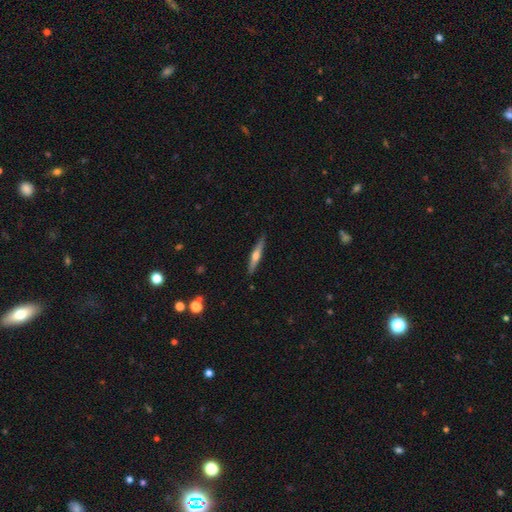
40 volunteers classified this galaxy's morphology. This appears to be a featured or disk galaxy (60%) viewed edge-on (100%) with a rounded central bulge (79%). Merging: none (86%).